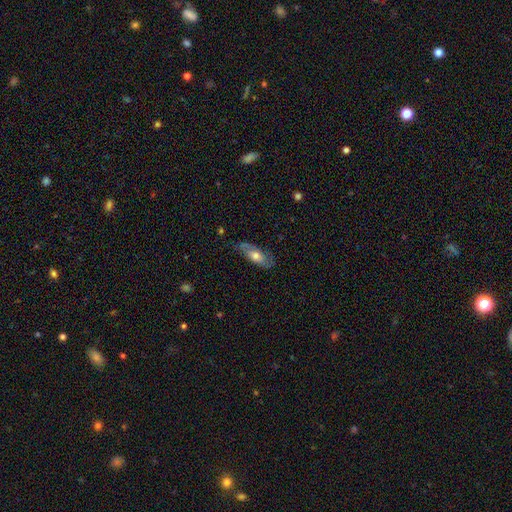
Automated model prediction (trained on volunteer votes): Morphology: type=featured or disk (51%); edge-on=no (80%); merging=none (70%).